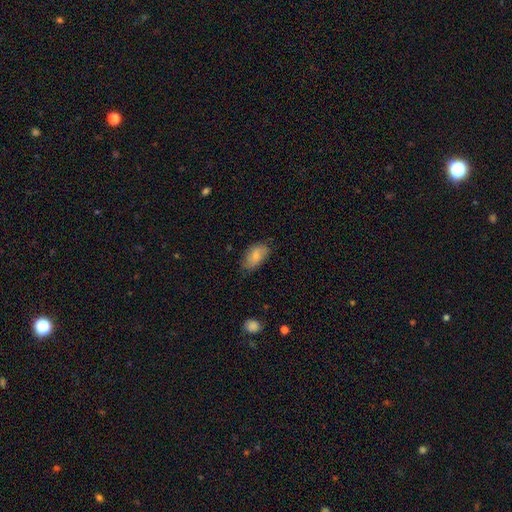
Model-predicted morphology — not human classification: Smooth or featured?
  - smooth: 78% *
  - featured or disk: 16%
  - star or artifact: 7%
How rounded?
  - in between: 93% *
  - round: 5%
  - cigar-shaped: 2%
Merging?
  - none: 71% *
  - minor disturbance: 24%
  - major disturbance: 4%
  - merger: 1%